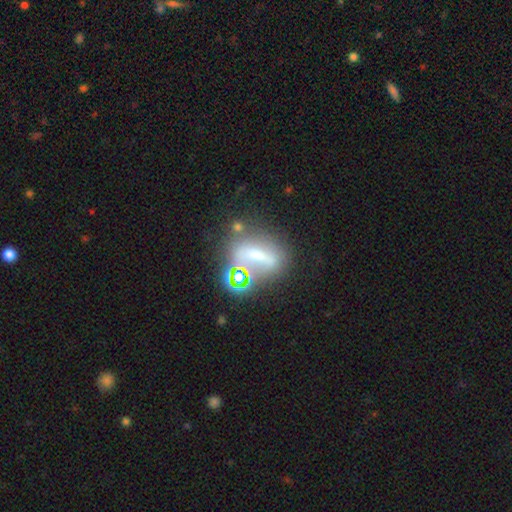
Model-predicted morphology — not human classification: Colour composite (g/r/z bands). It shows a smooth galaxy with no disk features (41%). Merging: none (43%).